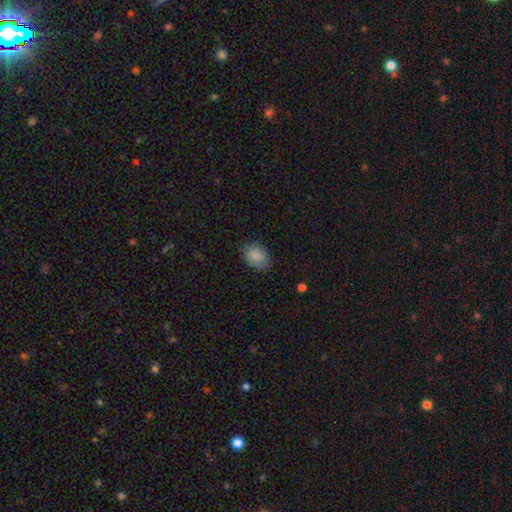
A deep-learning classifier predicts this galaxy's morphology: Overall: smooth (86%). How rounded: in between (76%). Merging: none (74%).